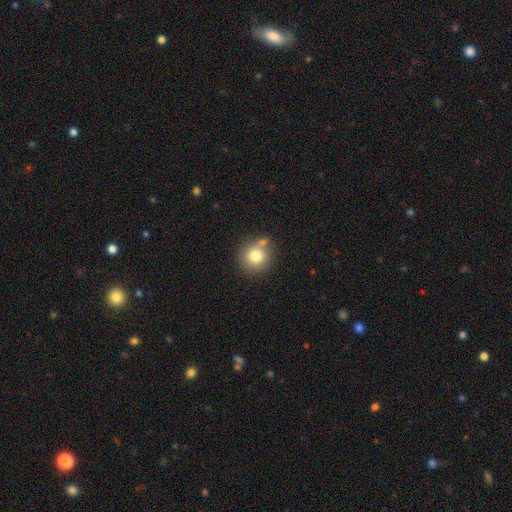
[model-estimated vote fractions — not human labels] smooth 78%, featured or disk 11%, star or artifact 11%. Down the decision tree: how rounded — round (90%); merging — none (65%).